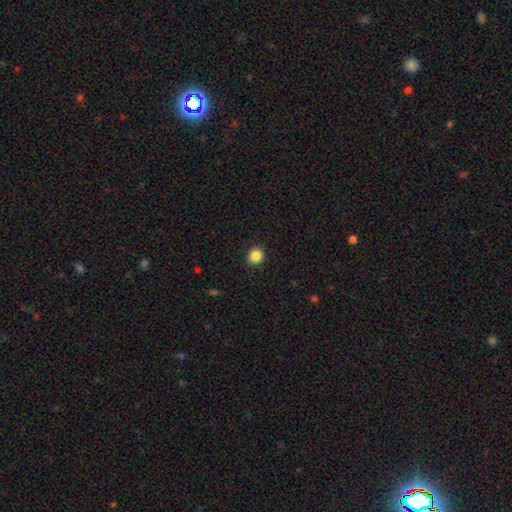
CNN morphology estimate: The model was most divided on "how rounded": round: 84%, in between: 15%, cigar-shaped: 1%. More confident: merging — none (91%); smooth or featured — smooth (87%).